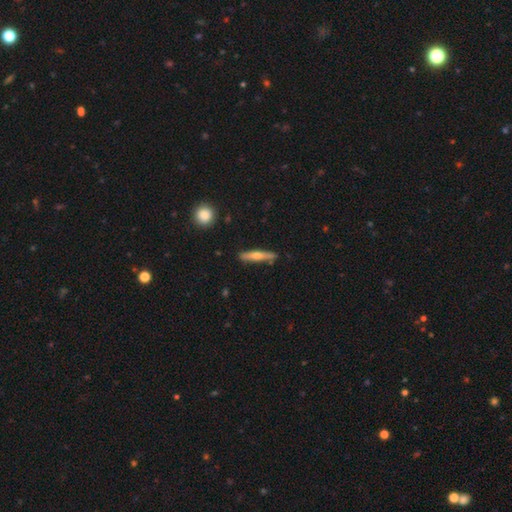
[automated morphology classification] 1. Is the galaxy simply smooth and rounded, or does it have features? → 49% featured or disk, 45% smooth, 6% star or artifact.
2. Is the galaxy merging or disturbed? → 86% none, 10% minor disturbance, 3% merger, 2% major disturbance.